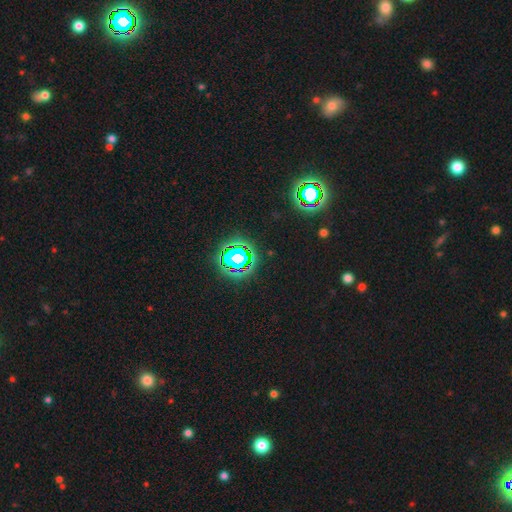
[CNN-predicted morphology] Overall: star or artifact (83%).